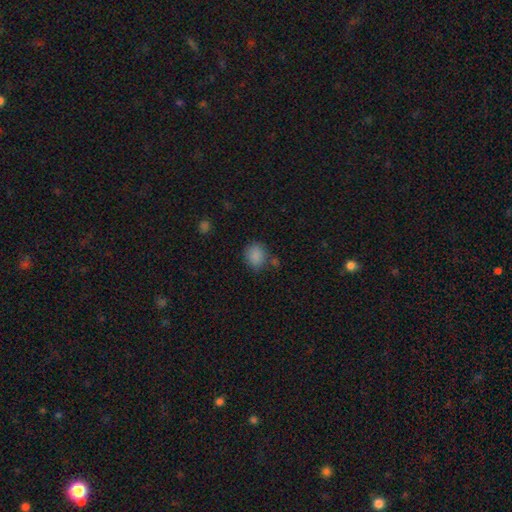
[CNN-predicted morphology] Smooth or featured? Predicted: smooth (p=0.85). How rounded? Predicted: round (p=0.60). Merging? Predicted: none (p=0.68).